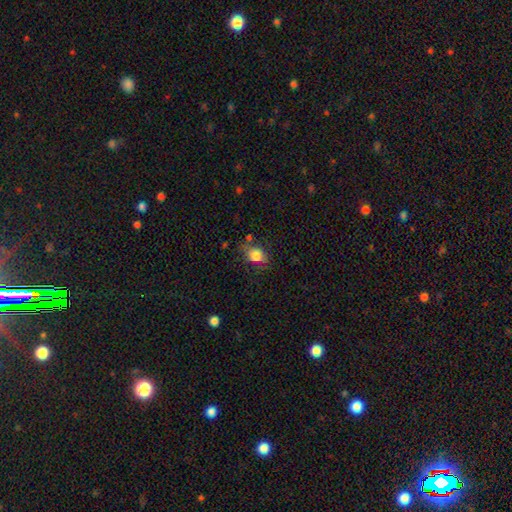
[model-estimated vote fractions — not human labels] Smooth or featured? smooth (80%)
How rounded? in between (55%)
Merging? none (63%)